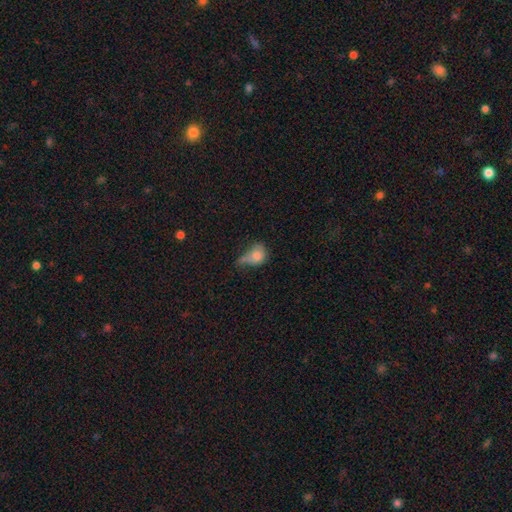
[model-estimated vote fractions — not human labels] Smooth or featured: smooth — 75% (featured or disk — 15%)
How rounded: in between — 55% (round — 43%)
Merging: minor disturbance — 30% (major disturbance — 28%)